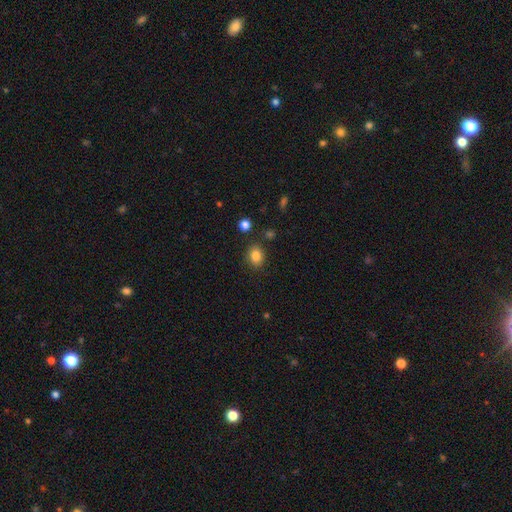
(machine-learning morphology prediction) A smooth galaxy with no disk features (84%) that is in between round and cigar-shaped (55%). Merging: none (84%).